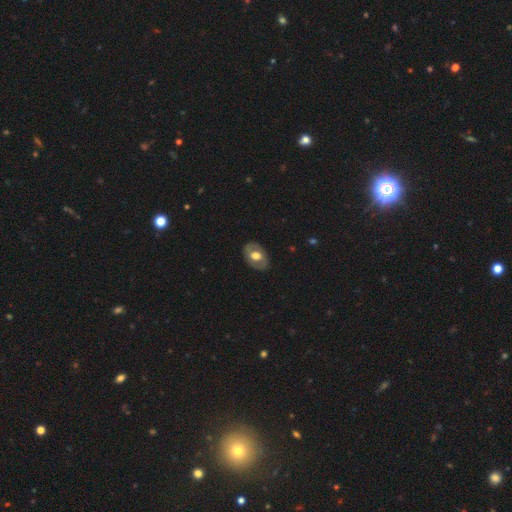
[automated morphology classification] The model was most divided on "smooth or featured": smooth: 50%, featured or disk: 44%, star or artifact: 6%. More confident: merging — none (82%).